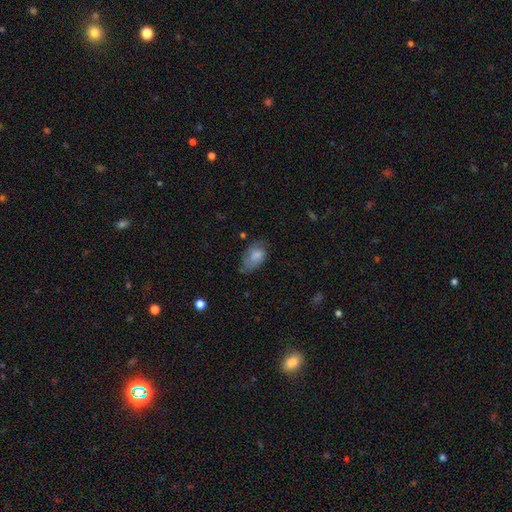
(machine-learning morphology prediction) A smooth galaxy with no disk features (76%) that is in between round and cigar-shaped (90%). Merging: none (44%).